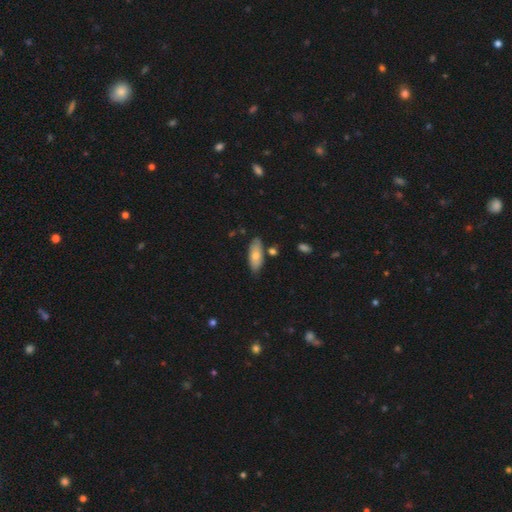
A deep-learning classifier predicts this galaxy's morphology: Smooth or featured? smooth (69%)
How rounded? in between (75%)
Merging? none (78%)